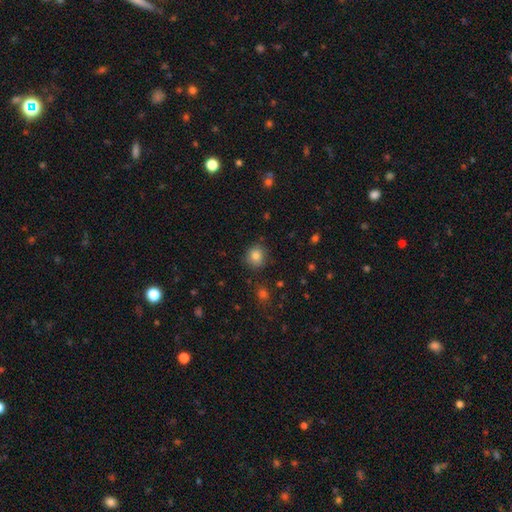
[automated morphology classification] A smooth galaxy with no disk features (82%) that is round (85%). Merging: none (85%).